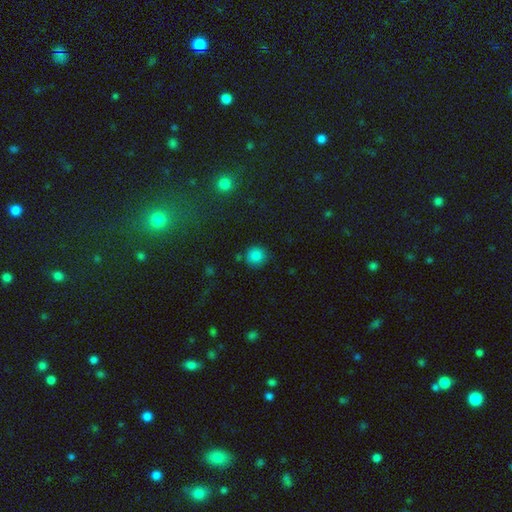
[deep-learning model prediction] A smooth galaxy with no disk features (84%) that is round (91%).

Vote fractions:
- Smooth or featured? smooth: 84% / star or artifact: 12% / featured or disk: 4%
- How rounded? round: 91% / in between: 8% / cigar-shaped: 1%
- Merging? none: 82% / minor disturbance: 11% / merger: 4% / major disturbance: 3%